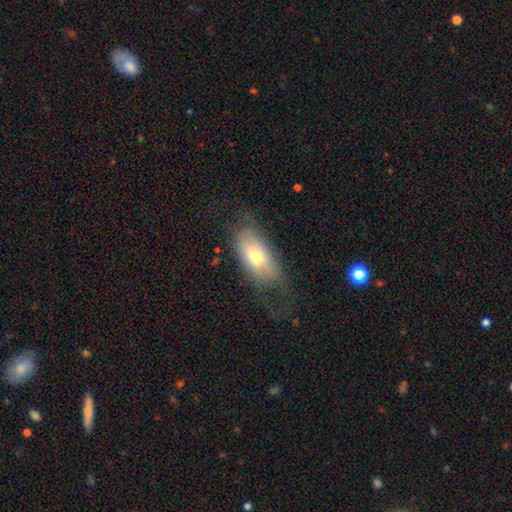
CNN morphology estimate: Overall: smooth (66%). How rounded: in between (89%). Merging: none (55%; minor disturbance 25%).